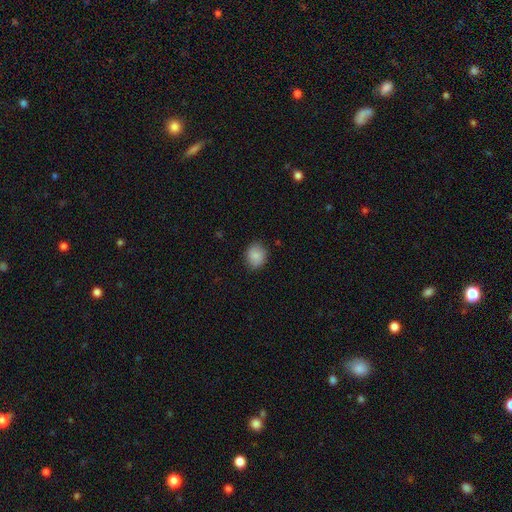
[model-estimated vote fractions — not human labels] This appears to be a smooth galaxy with no disk features (87%) that is round (69%). Merging: none (84%).